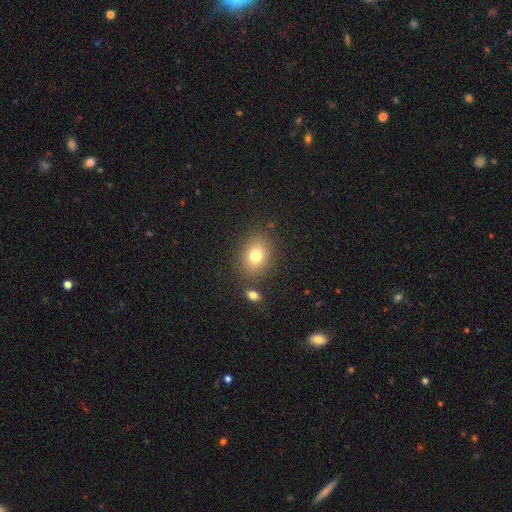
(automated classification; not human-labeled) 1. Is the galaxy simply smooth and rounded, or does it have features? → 78% smooth, 12% star or artifact, 11% featured or disk.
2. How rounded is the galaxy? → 52% in between, 47% round, 1% cigar-shaped.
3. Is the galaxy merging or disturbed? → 82% none, 9% minor disturbance, 5% merger, 3% major disturbance.